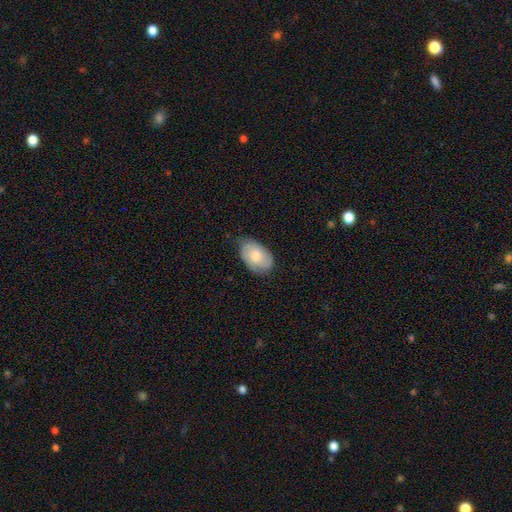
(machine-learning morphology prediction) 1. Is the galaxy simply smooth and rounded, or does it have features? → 71% smooth, 23% featured or disk, 6% star or artifact.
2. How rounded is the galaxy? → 92% in between, 7% round, 1% cigar-shaped.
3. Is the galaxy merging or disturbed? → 71% none, 24% minor disturbance, 4% major disturbance, 1% merger.